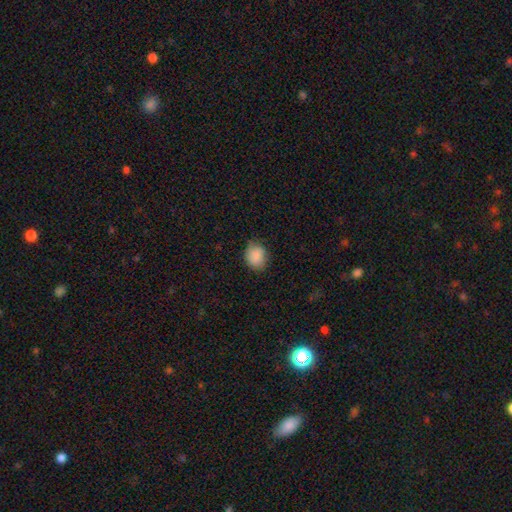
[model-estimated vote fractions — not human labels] A smooth galaxy with no disk features (88%) that is round (52%).

Vote fractions:
- Smooth or featured? smooth: 88% / star or artifact: 8% / featured or disk: 4%
- How rounded? round: 52% / in between: 48% / cigar-shaped: 1%
- Merging? none: 76% / minor disturbance: 20% / major disturbance: 4% / merger: 1%